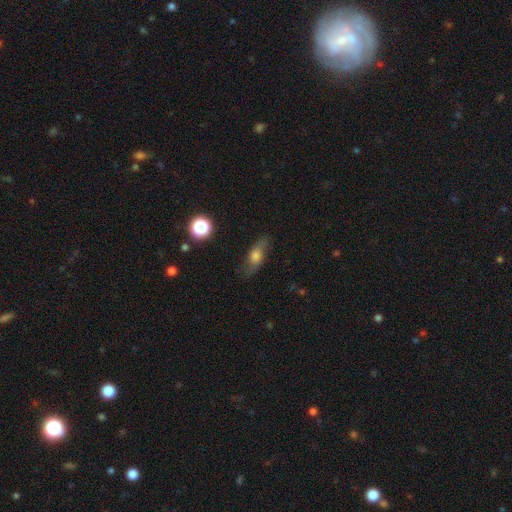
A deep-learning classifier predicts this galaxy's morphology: smooth 56%, featured or disk 35%, star or artifact 10%. Down the decision tree: how rounded — in between (64%); merging — none (74%).